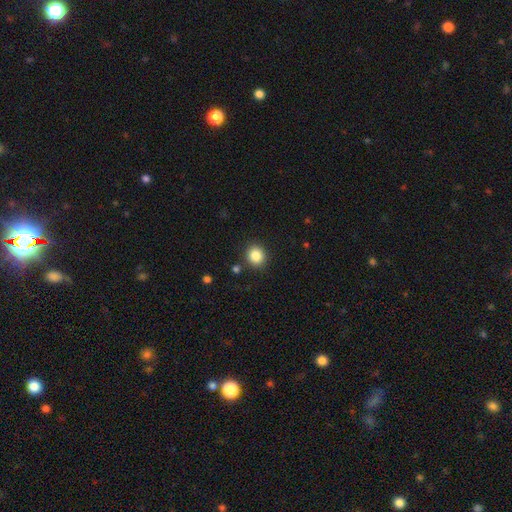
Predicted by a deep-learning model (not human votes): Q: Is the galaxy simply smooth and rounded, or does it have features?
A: smooth — 85%.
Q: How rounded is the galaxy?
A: round — 84%.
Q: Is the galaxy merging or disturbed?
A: none — 88%.